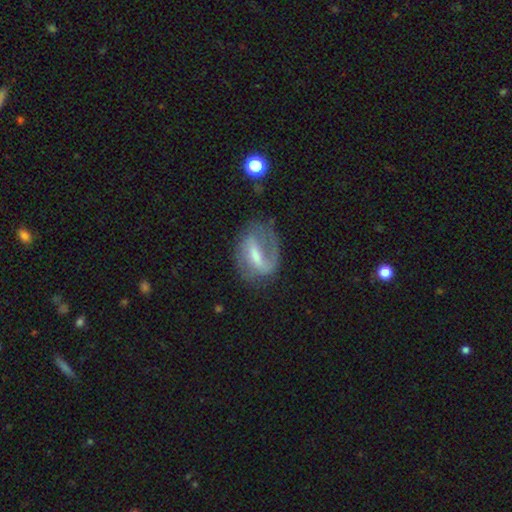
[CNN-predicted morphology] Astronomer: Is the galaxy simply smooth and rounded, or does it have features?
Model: featured or disk — 74%.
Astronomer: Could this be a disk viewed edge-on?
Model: no — 95%.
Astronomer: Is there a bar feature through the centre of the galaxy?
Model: strong — 45% (runner-up: weak, 42%).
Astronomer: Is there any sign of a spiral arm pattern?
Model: yes — 86%.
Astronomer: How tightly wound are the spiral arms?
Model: medium — 44% (runner-up: loose, 32%).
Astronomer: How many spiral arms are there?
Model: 2 — 51% (runner-up: 1, 37%).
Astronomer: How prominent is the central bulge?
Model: moderate — 42% (runner-up: small, 40%).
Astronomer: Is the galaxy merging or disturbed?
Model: none — 56%.